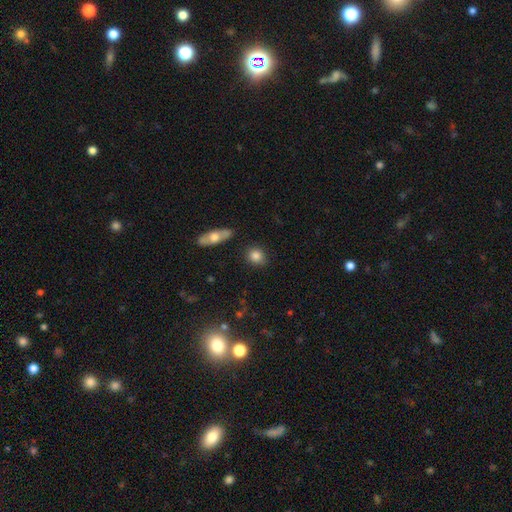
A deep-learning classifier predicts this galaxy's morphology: The model was most divided on "how rounded": round: 70%, in between: 28%, cigar-shaped: 3%. More confident: merging — none (84%); smooth or featured — smooth (83%).